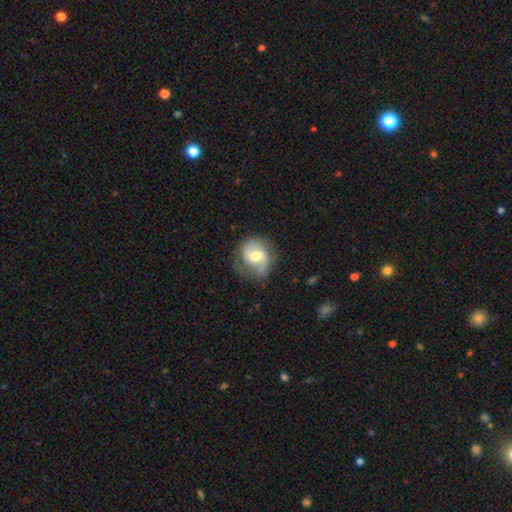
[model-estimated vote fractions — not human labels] smooth_or_featured: featured or disk (p=0.68) [alt: smooth p=0.26]
disk_edge_on: no (p=0.98) [alt: yes p=0.02]
bar: weak (p=0.49) [alt: no p=0.36]
has_spiral_arms: yes (p=0.90) [alt: no p=0.10]
spiral_winding: medium (p=0.47) [alt: loose p=0.32]
spiral_arm_count: 2 (p=0.80) [alt: 1 p=0.09]
bulge_size: moderate (p=0.67) [alt: small p=0.22]
merging: none (p=0.68) [alt: minor disturbance p=0.22]